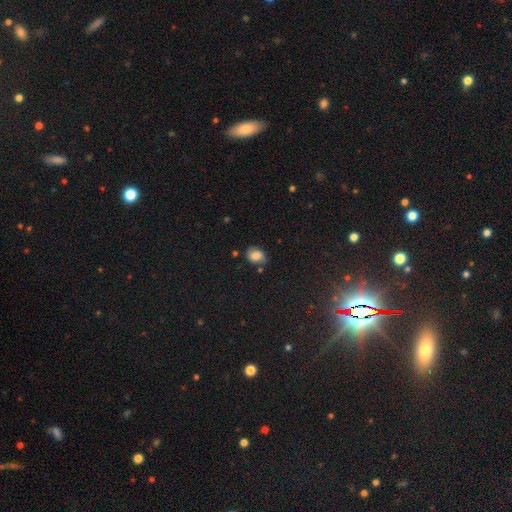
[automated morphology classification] smooth_or_featured: smooth (p=0.75) [alt: featured or disk p=0.15]
how_rounded: in between (p=0.64) [alt: round p=0.35]
merging: none (p=0.70) [alt: minor disturbance p=0.21]